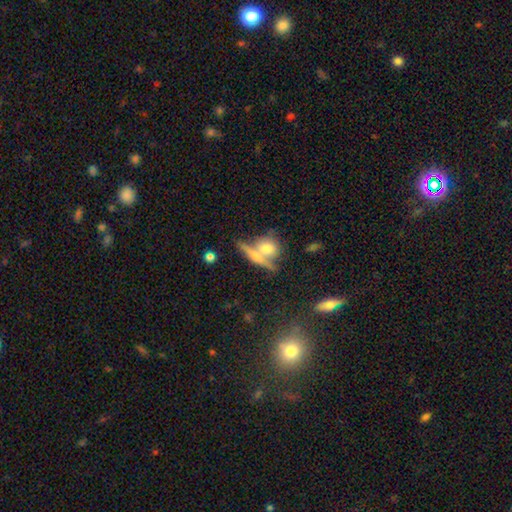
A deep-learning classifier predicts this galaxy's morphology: Smooth or featured? Predicted: smooth (p=0.57). How rounded? Predicted: cigar-shaped (p=0.41). Merging? Predicted: none (p=0.45).